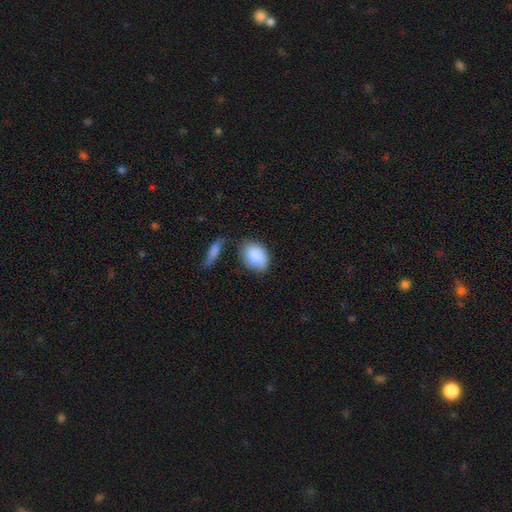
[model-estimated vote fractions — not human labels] Morphology: type=smooth (87%); roundness=in between (83%); merging=none (58%).